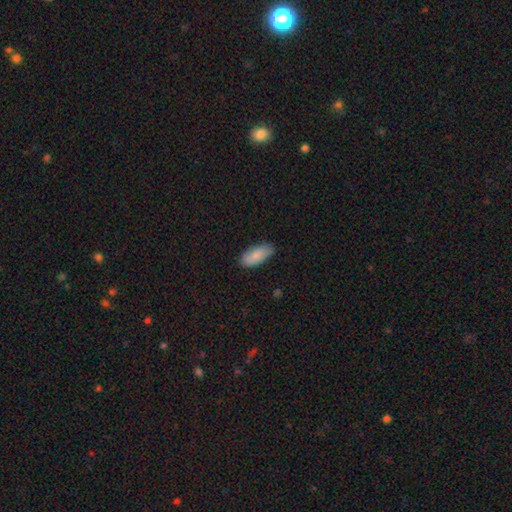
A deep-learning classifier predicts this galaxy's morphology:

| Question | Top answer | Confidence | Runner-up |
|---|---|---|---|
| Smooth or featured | smooth | 85% | featured or disk (9%) |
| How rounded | in between | 89% | cigar-shaped (9%) |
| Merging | none | 80% | minor disturbance (16%) |